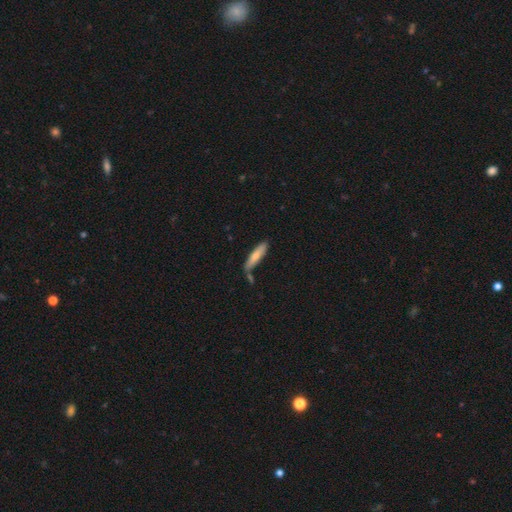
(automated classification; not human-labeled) This appears to be a smooth galaxy with no disk features (71%) that is cigar-shaped (77%). Merging: none (71%).